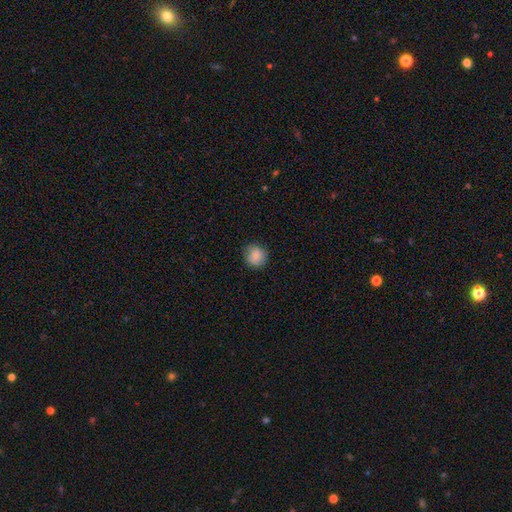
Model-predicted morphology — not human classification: A smooth galaxy with no disk features (86%) that is round (85%).

Vote fractions:
- Smooth or featured? smooth: 86% / star or artifact: 8% / featured or disk: 6%
- How rounded? round: 85% / in between: 14% / cigar-shaped: 1%
- Merging? none: 83% / minor disturbance: 13% / major disturbance: 3% / merger: 1%